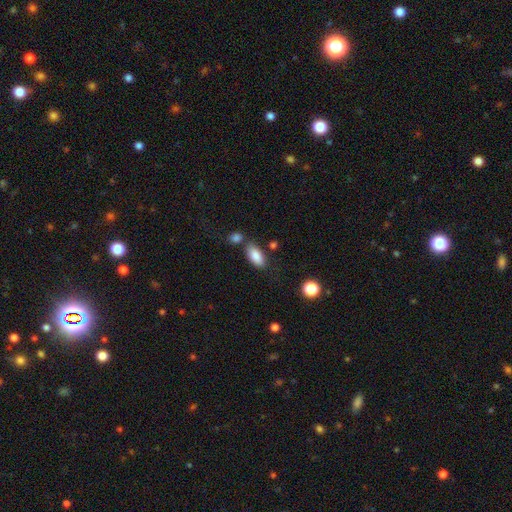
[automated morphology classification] smooth_or_featured: smooth (p=0.87) [alt: star or artifact p=0.07]
how_rounded: in between (p=0.91) [alt: cigar-shaped p=0.06]
merging: none (p=0.69) [alt: minor disturbance p=0.15]